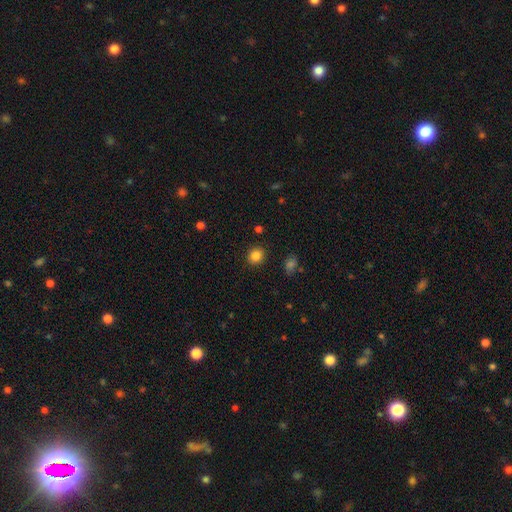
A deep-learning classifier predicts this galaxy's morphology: type=smooth (84%); roundness=round (79%); merging=none (90%).